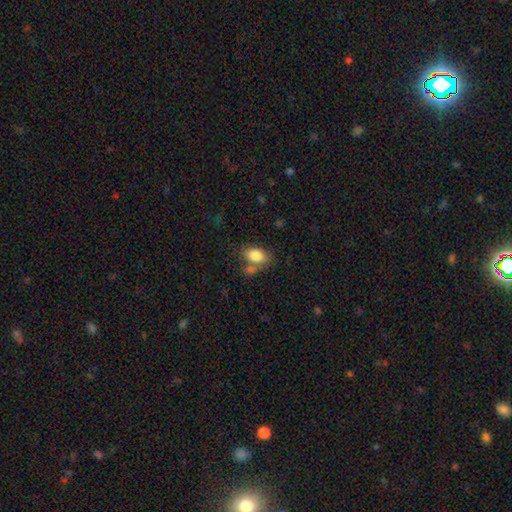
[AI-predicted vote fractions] Smooth or featured: smooth — 83% (featured or disk — 9%)
How rounded: in between — 84% (round — 14%)
Merging: none — 55% (merger — 22%)